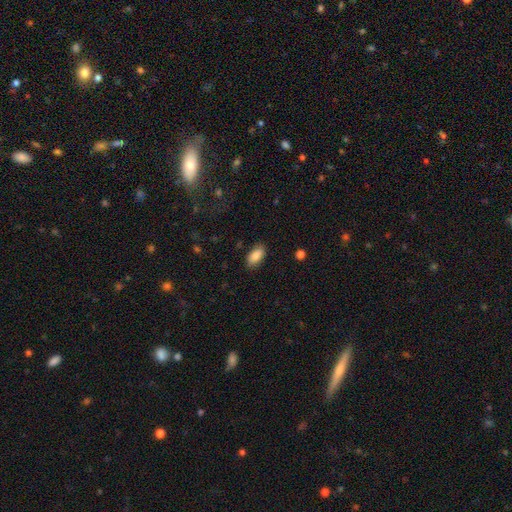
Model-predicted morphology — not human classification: Smooth or featured? smooth (87%)
How rounded? in between (91%)
Merging? none (86%)